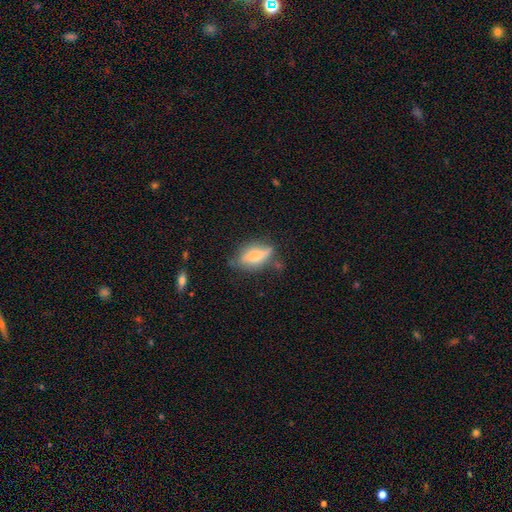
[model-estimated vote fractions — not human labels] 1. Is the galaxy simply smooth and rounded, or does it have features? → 53% smooth, 38% featured or disk, 9% star or artifact.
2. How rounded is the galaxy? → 71% in between, 23% cigar-shaped, 6% round.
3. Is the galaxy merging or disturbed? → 59% none, 26% minor disturbance, 10% major disturbance, 5% merger.